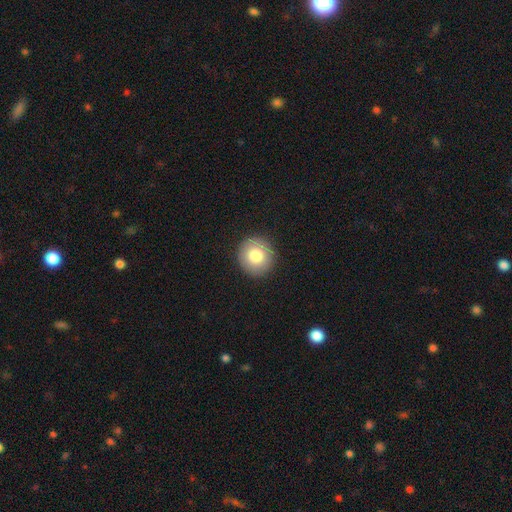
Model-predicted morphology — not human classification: Smooth or featured? smooth (80%)
How rounded? round (94%)
Merging? none (91%)